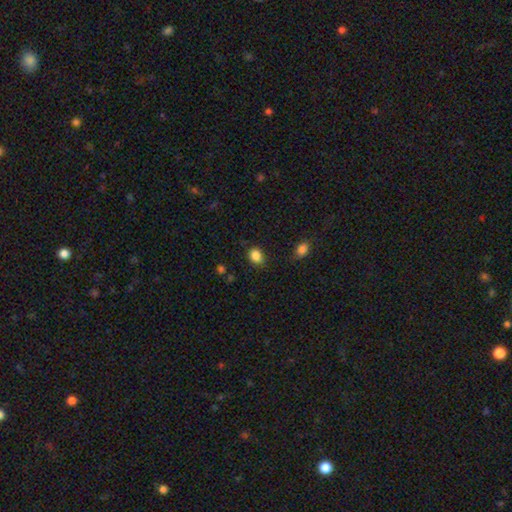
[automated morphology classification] Smooth or featured: smooth — 86% (star or artifact — 10%)
How rounded: in between — 58% (round — 41%)
Merging: none — 78% (minor disturbance — 16%)